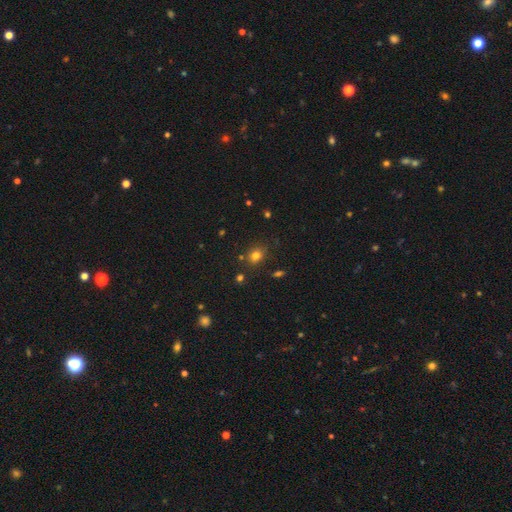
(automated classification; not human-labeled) smooth_or_featured: smooth (p=0.76) [alt: star or artifact p=0.17]
how_rounded: round (p=0.59) [alt: in between p=0.40]
merging: none (p=0.80) [alt: minor disturbance p=0.12]